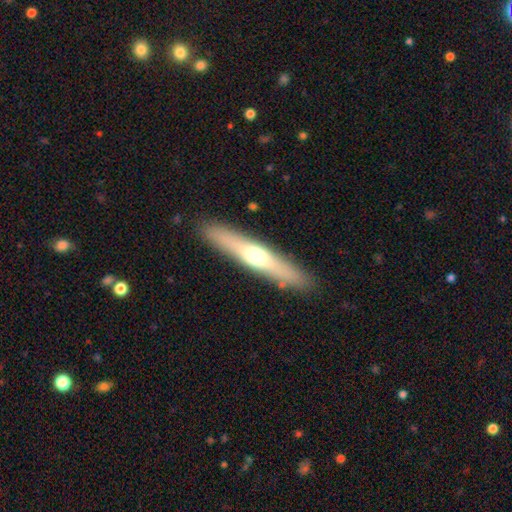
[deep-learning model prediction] Smooth or featured: featured or disk — 49% (smooth — 46%)
Merging: none — 89% (minor disturbance — 7%)